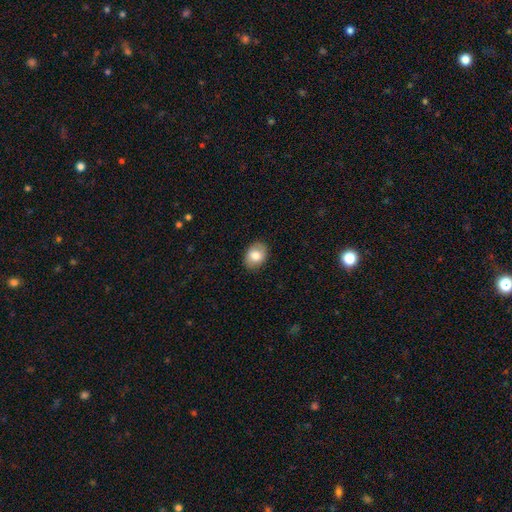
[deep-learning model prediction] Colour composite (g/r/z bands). It shows a smooth galaxy with no disk features (81%) that is in between round and cigar-shaped (68%). Merging: none (87%).